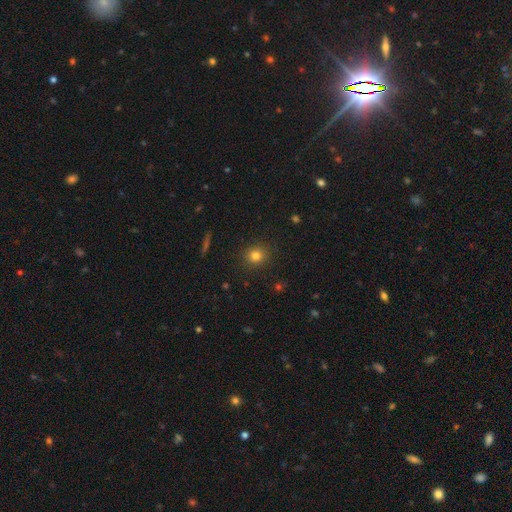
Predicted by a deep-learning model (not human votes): Overall: smooth (80%). How rounded: round (87%). Merging: none (89%).